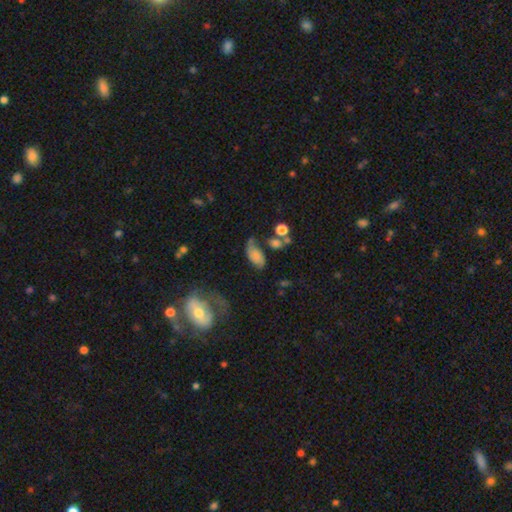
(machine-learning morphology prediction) Smooth or featured?
  - smooth: 59% *
  - featured or disk: 29%
  - star or artifact: 12%
How rounded?
  - in between: 89% *
  - round: 7%
  - cigar-shaped: 4%
Merging?
  - none: 35% *
  - minor disturbance: 27%
  - major disturbance: 25%
  - merger: 12%